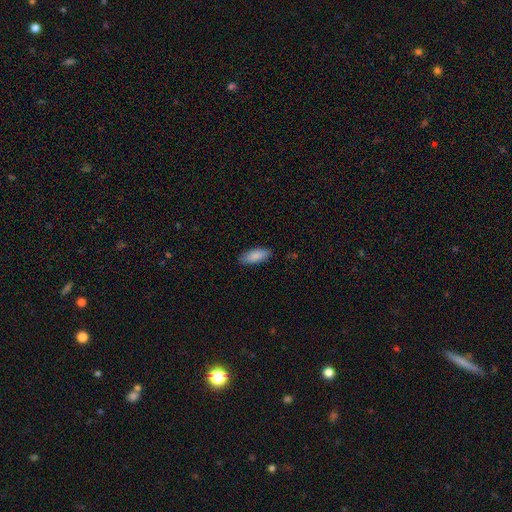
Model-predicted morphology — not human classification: Smooth or featured?
  - smooth: 87% *
  - featured or disk: 7%
  - star or artifact: 6%
How rounded?
  - in between: 79% *
  - cigar-shaped: 19%
  - round: 2%
Merging?
  - none: 85% *
  - minor disturbance: 12%
  - major disturbance: 2%
  - merger: 1%